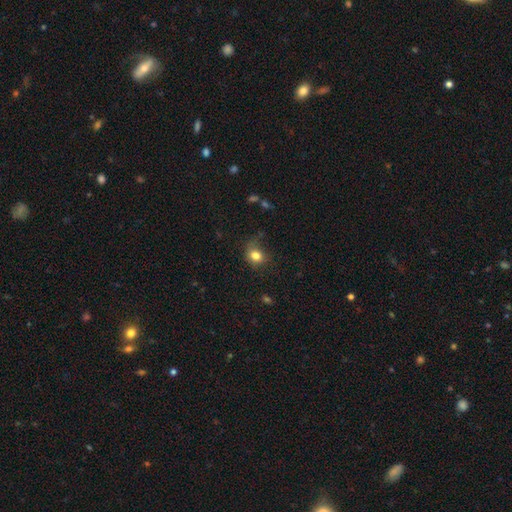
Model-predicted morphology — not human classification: smooth_or_featured: smooth (p=0.80) [alt: star or artifact p=0.12]
how_rounded: round (p=0.62) [alt: in between p=0.37]
merging: none (p=0.57) [alt: minor disturbance p=0.28]